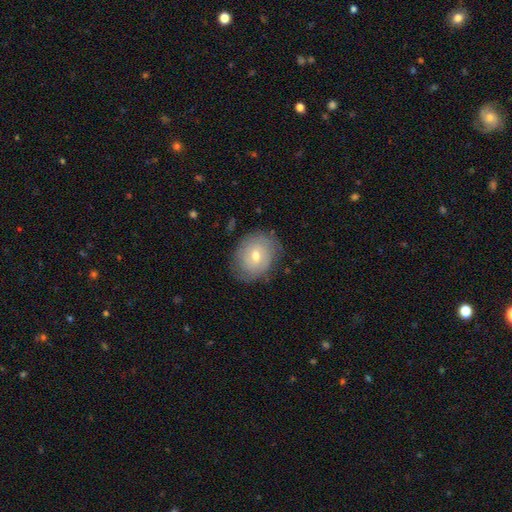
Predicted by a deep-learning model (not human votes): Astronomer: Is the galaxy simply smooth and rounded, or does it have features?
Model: smooth — 51% (runner-up: featured or disk, 41%).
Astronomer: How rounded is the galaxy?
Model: round — 57% (runner-up: in between, 42%).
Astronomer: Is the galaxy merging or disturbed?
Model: none — 74%.